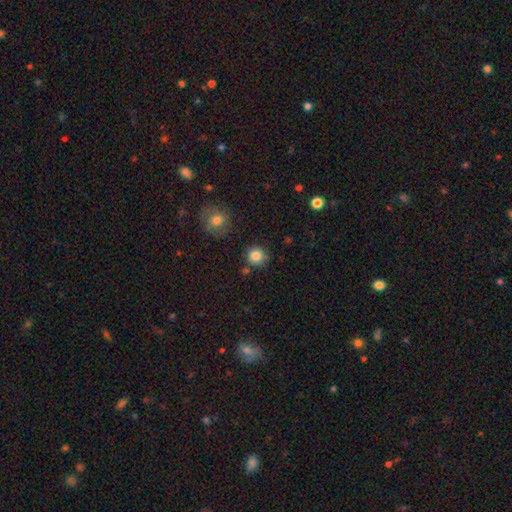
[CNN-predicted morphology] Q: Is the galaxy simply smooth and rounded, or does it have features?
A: smooth — 85%.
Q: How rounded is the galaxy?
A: round — 93%.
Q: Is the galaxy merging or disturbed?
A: none — 80%.